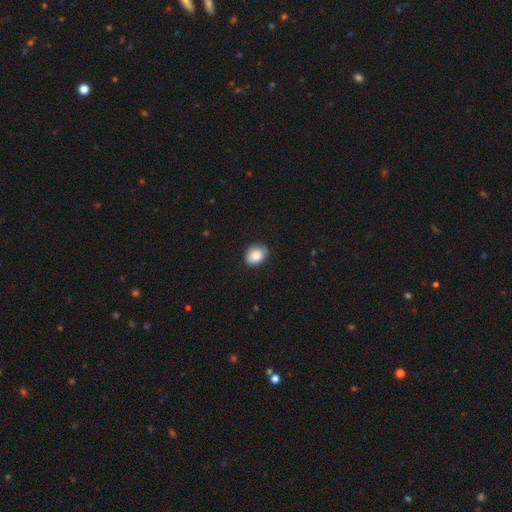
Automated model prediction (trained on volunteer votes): smooth_or_featured: smooth (p=0.82) [alt: featured or disk p=0.10]
how_rounded: in between (p=0.57) [alt: round p=0.43]
merging: none (p=0.75) [alt: minor disturbance p=0.20]